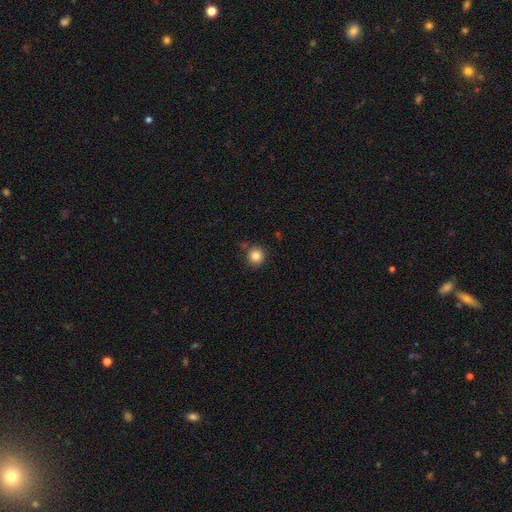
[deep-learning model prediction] Morphology: type=smooth (84%); roundness=round (93%); merging=none (81%).